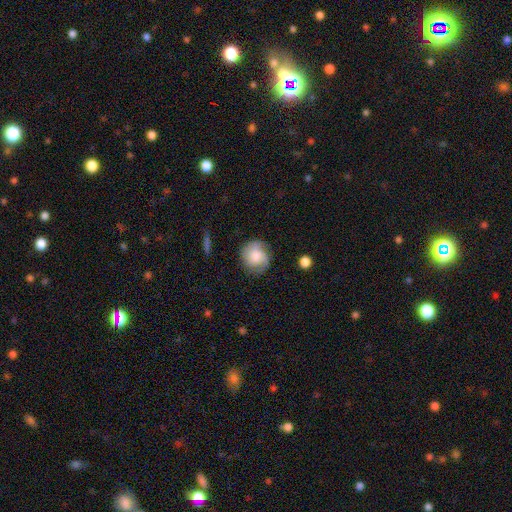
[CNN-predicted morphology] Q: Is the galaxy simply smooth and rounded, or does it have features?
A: smooth — 52%.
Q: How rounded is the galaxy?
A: round — 85%.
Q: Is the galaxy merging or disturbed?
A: none — 72%.